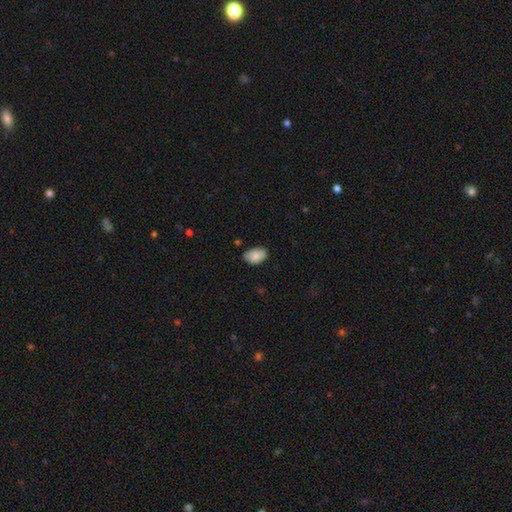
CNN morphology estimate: smooth-or-featured: smooth: 86% | featured or disk: 7% | star or artifact: 7%
  how-rounded: in between: 89% | round: 10% | cigar-shaped: 1%
  merging: none: 71% | minor disturbance: 24% | major disturbance: 3% | merger: 2%